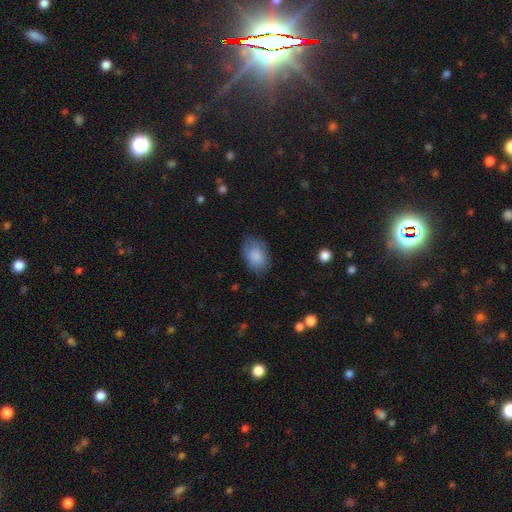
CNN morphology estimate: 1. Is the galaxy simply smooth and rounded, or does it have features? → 86% smooth, 7% featured or disk, 7% star or artifact.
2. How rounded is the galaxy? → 83% in between, 15% round, 1% cigar-shaped.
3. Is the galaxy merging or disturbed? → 74% none, 19% minor disturbance, 6% major disturbance, 1% merger.